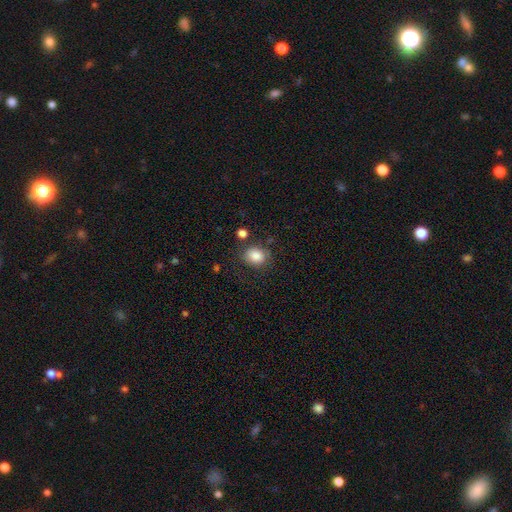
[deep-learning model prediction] Smooth or featured? Predicted: smooth (p=0.85). How rounded? Predicted: in between (p=0.50). Merging? Predicted: none (p=0.75).